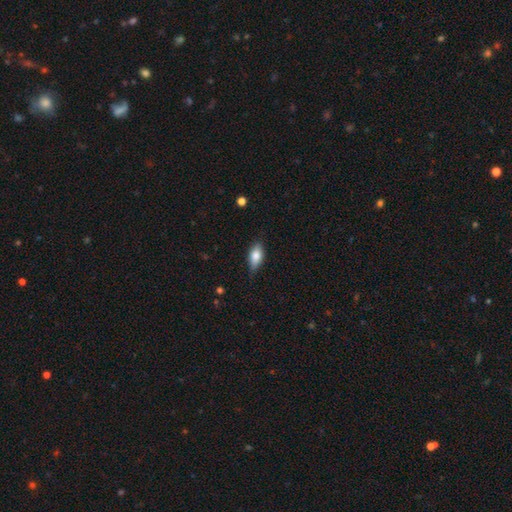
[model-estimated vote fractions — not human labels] Smooth or featured? smooth (76%)
How rounded? in between (85%)
Merging? none (75%)